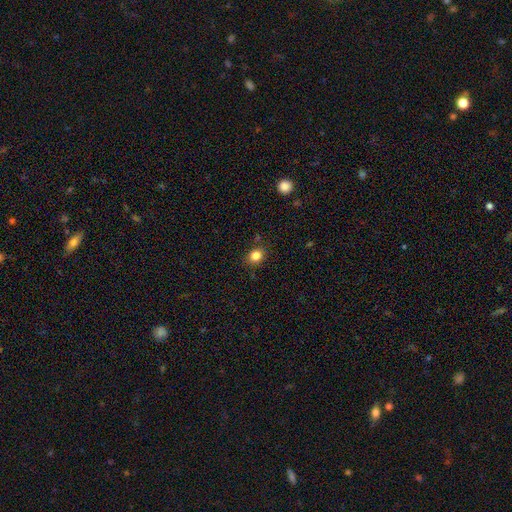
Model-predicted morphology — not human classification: Smooth or featured? Predicted: smooth (p=0.83). How rounded? Predicted: round (p=0.61). Merging? Predicted: none (p=0.84).